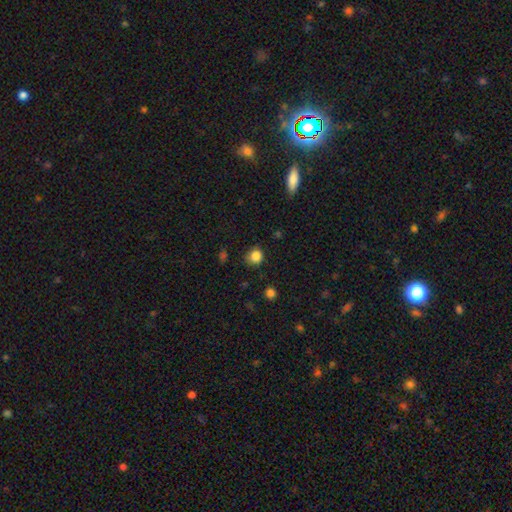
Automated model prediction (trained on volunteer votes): Smooth or featured?
  - smooth: 84% *
  - star or artifact: 12%
  - featured or disk: 4%
How rounded?
  - round: 82% *
  - in between: 18%
  - cigar-shaped: 1%
Merging?
  - none: 77% *
  - minor disturbance: 17%
  - major disturbance: 4%
  - merger: 2%